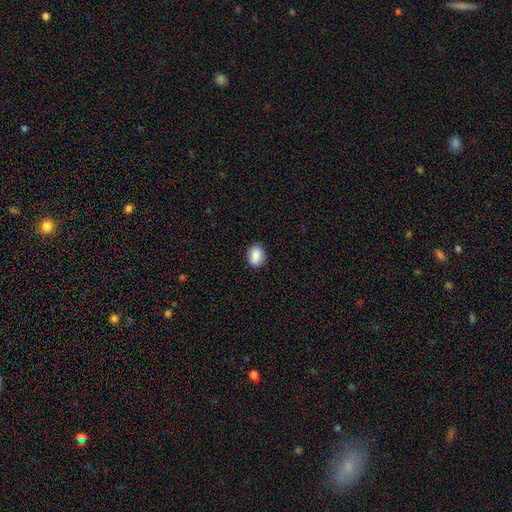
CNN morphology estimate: smooth 87%, star or artifact 8%, featured or disk 5%. Down the decision tree: how rounded — in between (68%); merging — none (87%).